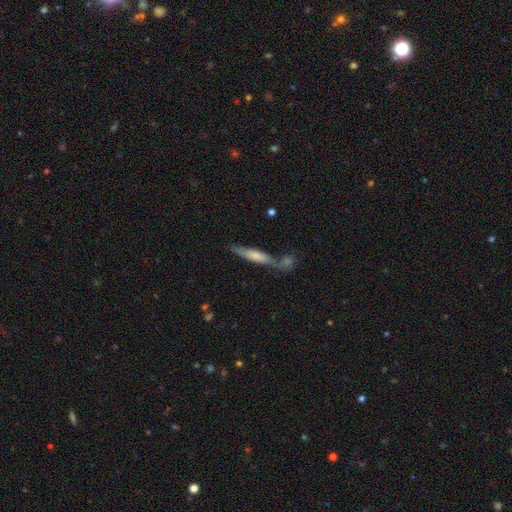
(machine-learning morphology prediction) This is possibly a smooth galaxy (59%). How rounded: clearly cigar-shaped (84%). Merging: possibly none (54%).